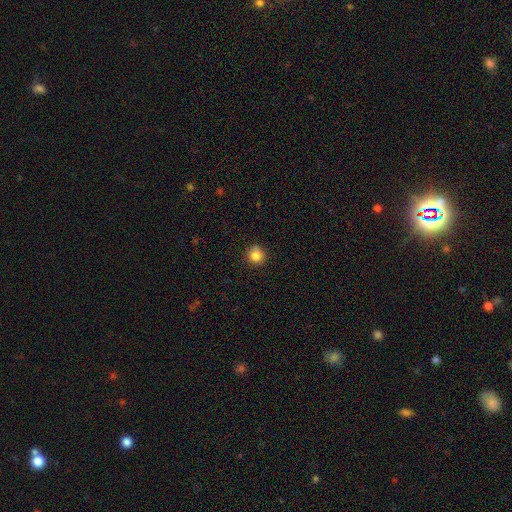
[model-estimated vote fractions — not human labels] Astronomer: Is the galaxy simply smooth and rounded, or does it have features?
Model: smooth — 82%.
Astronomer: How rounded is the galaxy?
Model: round — 90%.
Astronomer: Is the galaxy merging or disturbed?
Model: none — 79%.